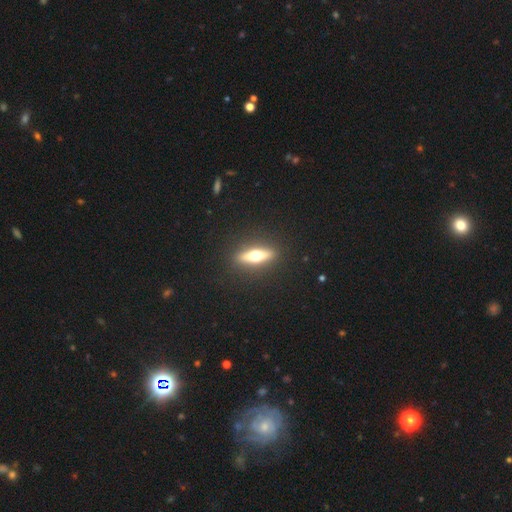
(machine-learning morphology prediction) This appears to be a featured or disk galaxy (57%) viewed edge-on (92%) with a rounded central bulge (96%). Merging: none (90%).